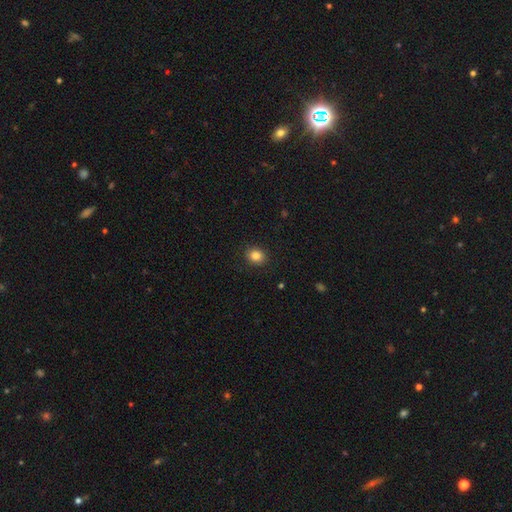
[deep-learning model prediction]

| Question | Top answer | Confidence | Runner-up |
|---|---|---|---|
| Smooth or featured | smooth | 85% | star or artifact (10%) |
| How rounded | round | 71% | in between (28%) |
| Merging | none | 91% | minor disturbance (6%) |